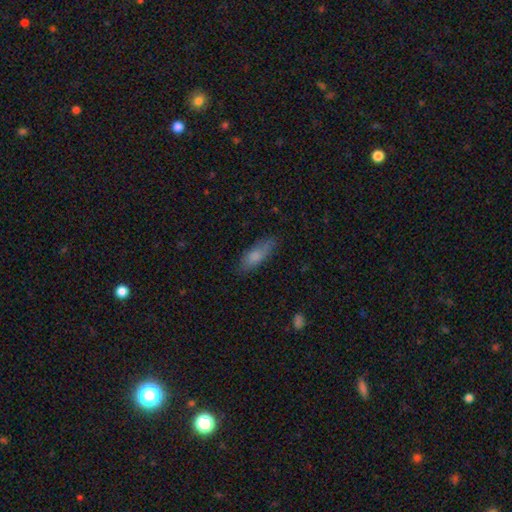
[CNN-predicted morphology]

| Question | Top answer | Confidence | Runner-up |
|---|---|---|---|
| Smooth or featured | smooth | 78% | featured or disk (15%) |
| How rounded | in between | 62% | cigar-shaped (36%) |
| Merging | none | 77% | minor disturbance (17%) |